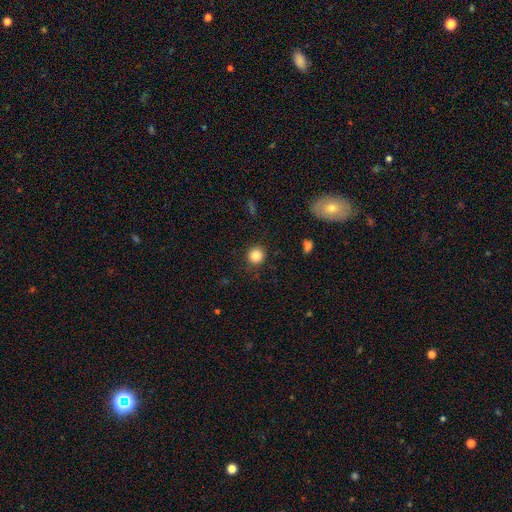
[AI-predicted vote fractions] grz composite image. It shows a smooth galaxy with no disk features (85%) that is round (92%). Merging: none (88%).